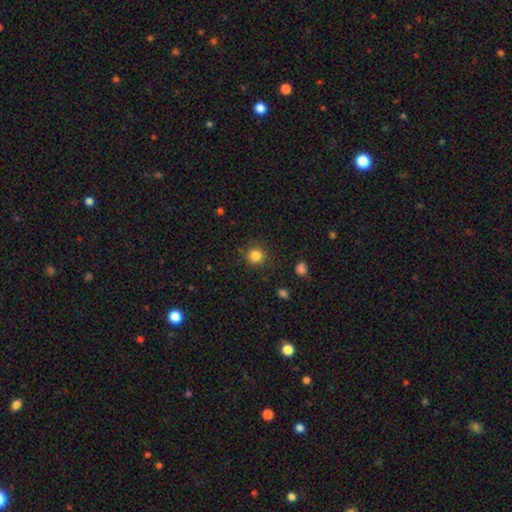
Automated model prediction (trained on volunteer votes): Morphology: type=smooth (84%); roundness=round (93%); merging=none (87%).